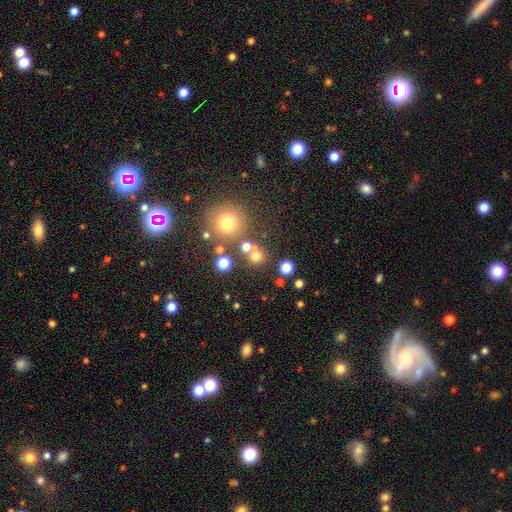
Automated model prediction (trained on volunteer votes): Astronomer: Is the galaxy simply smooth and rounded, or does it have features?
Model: smooth — 70%.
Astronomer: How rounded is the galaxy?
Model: round — 90%.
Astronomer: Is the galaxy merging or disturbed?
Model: none — 70%.